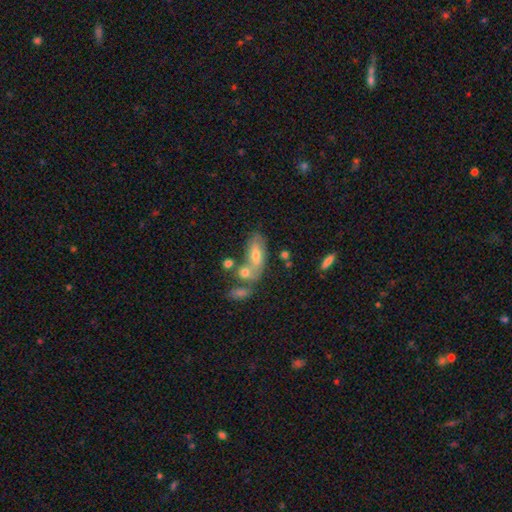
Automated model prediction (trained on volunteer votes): Smooth or featured? smooth (52%)
How rounded? in between (76%)
Merging? none (44%)